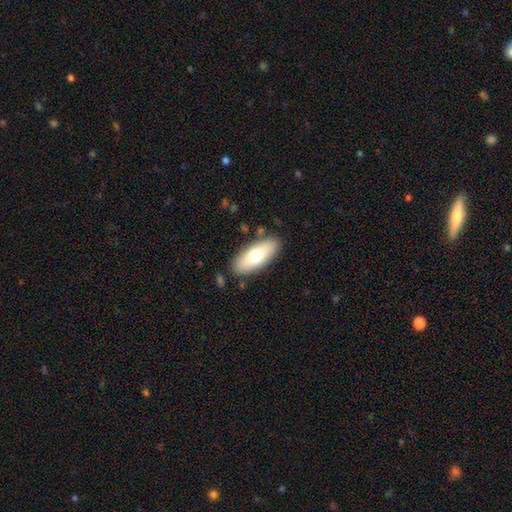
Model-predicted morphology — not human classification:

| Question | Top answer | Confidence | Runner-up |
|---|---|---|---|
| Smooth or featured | smooth | 70% | featured or disk (24%) |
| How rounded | in between | 80% | cigar-shaped (17%) |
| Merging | none | 85% | minor disturbance (10%) |